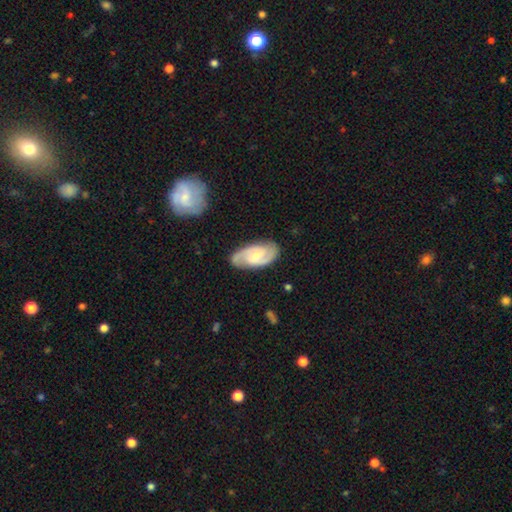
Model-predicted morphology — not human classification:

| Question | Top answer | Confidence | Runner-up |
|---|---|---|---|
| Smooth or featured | featured or disk | 78% | smooth (17%) |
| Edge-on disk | no | 96% | yes (4%) |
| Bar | weak | 50% | no (37%) |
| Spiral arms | yes | 95% | no (5%) |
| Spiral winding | medium | 50% | tight (34%) |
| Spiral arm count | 2 | 88% | can't tell (6%) |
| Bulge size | small | 48% | moderate (40%) |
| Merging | none | 82% | minor disturbance (14%) |